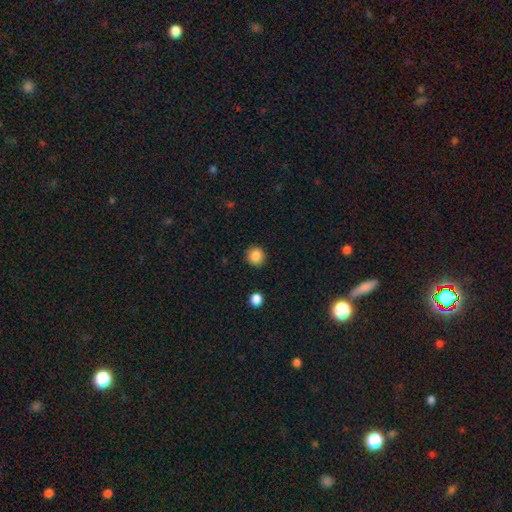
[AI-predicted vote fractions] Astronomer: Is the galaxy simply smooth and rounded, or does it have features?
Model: smooth — 86%.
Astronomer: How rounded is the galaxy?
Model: round — 93%.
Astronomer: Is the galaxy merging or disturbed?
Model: none — 91%.